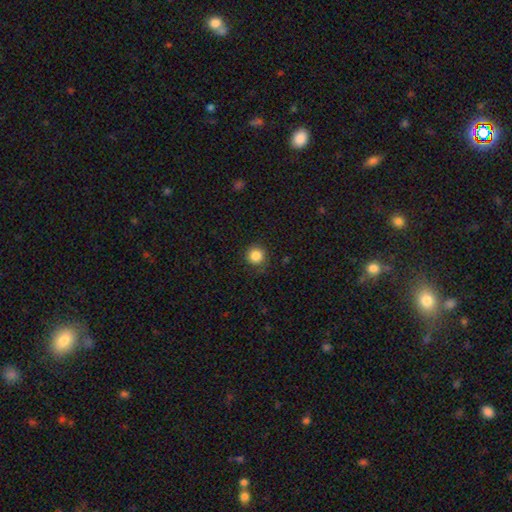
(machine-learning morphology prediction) Q: Smooth or featured?
A: smooth (85%); runner-up: star or artifact (11%)
Q: How rounded?
A: round (94%); runner-up: in between (5%)
Q: Merging?
A: none (86%); runner-up: minor disturbance (10%)